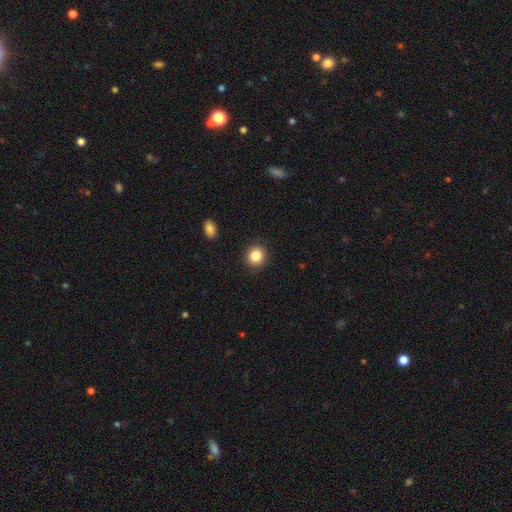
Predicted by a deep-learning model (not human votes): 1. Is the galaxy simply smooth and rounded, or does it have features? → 84% smooth, 10% star or artifact, 6% featured or disk.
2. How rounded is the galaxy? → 87% round, 13% in between, 1% cigar-shaped.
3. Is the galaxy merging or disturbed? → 91% none, 6% minor disturbance, 2% major disturbance, 1% merger.